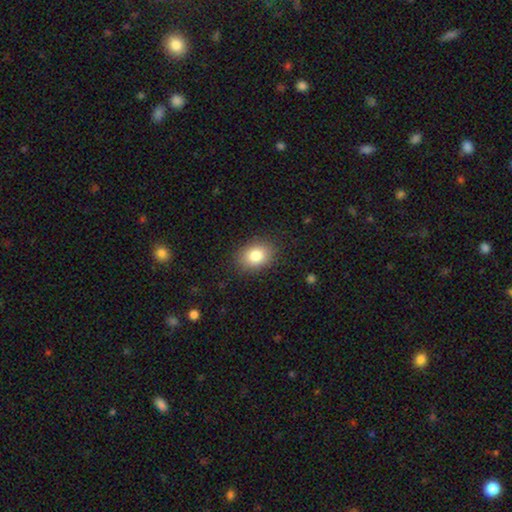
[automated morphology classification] Smooth or featured: smooth — 83% (star or artifact — 9%)
How rounded: in between — 69% (round — 30%)
Merging: none — 87% (minor disturbance — 10%)